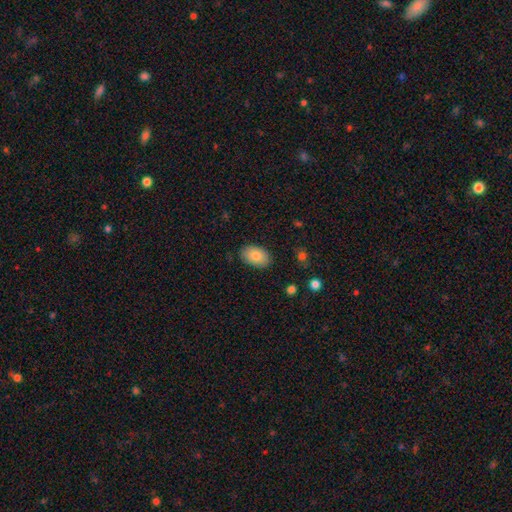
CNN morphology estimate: The model was most divided on "smooth or featured": smooth: 84%, featured or disk: 9%, star or artifact: 7%. More confident: how rounded — in between (92%); merging — none (87%).